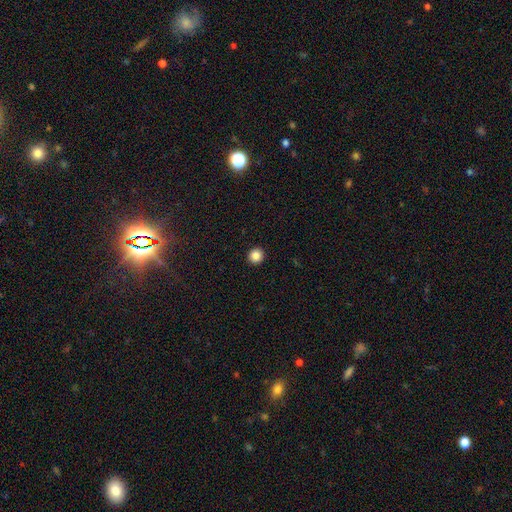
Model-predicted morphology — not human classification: Overall: smooth (86%). How rounded: round (92%). Merging: none (94%).